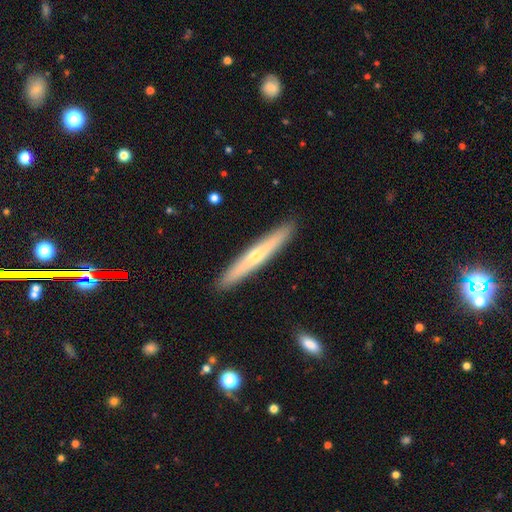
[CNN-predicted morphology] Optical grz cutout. It shows a featured or disk galaxy (51%) viewed edge-on (92%). Merging: none (92%).